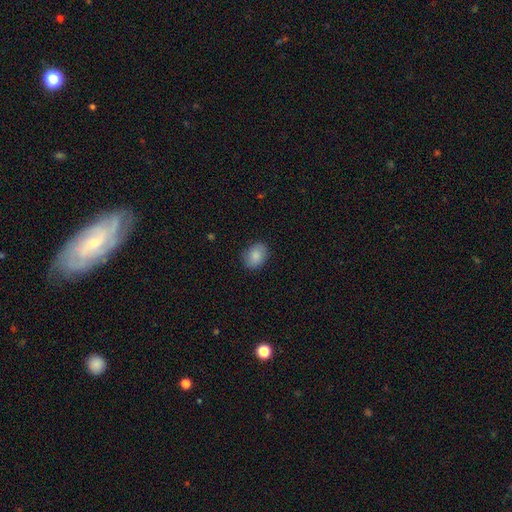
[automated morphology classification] smooth_or_featured: smooth (p=0.85) [alt: featured or disk p=0.07]
how_rounded: in between (p=0.62) [alt: round p=0.37]
merging: none (p=0.85) [alt: minor disturbance p=0.11]